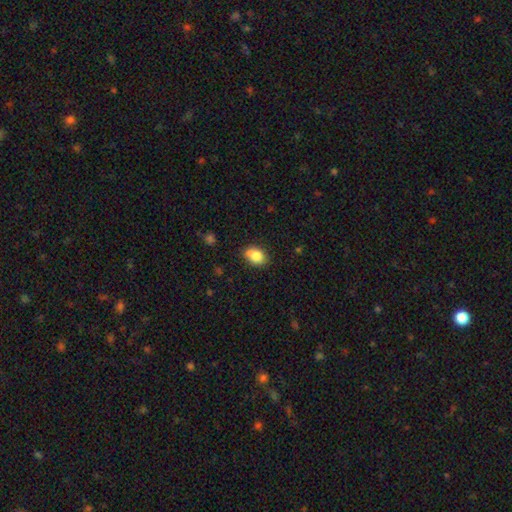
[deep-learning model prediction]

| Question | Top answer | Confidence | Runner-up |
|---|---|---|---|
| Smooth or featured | smooth | 84% | star or artifact (9%) |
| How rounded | in between | 77% | round (22%) |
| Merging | none | 75% | minor disturbance (20%) |